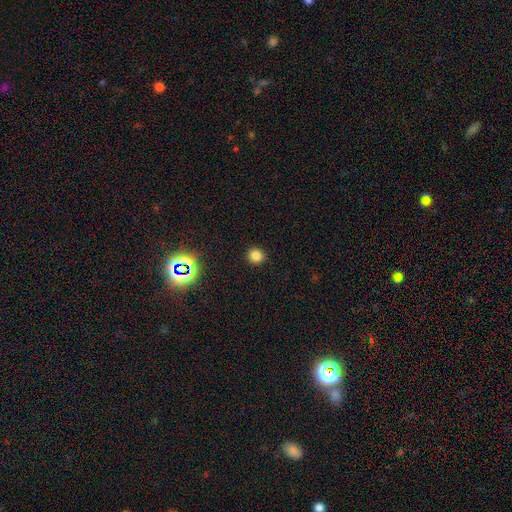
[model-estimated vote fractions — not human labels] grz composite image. It shows a smooth galaxy with no disk features (80%) that is round (90%). Merging: none (92%).